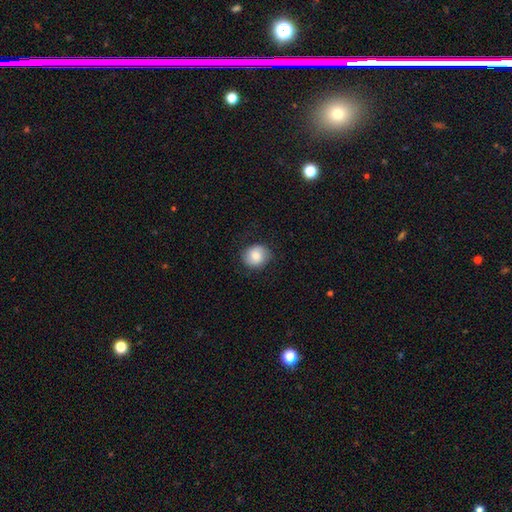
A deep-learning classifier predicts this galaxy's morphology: Smooth or featured: smooth — 81% (featured or disk — 12%)
How rounded: round — 78% (in between — 21%)
Merging: none — 82% (minor disturbance — 13%)